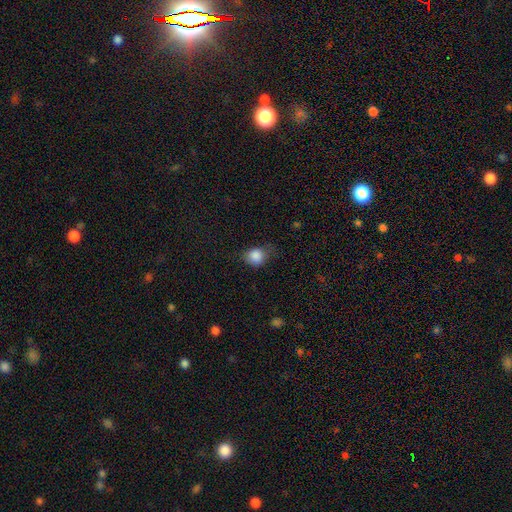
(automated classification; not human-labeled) Morphology: type=smooth (84%); roundness=round (67%); merging=none (58%).